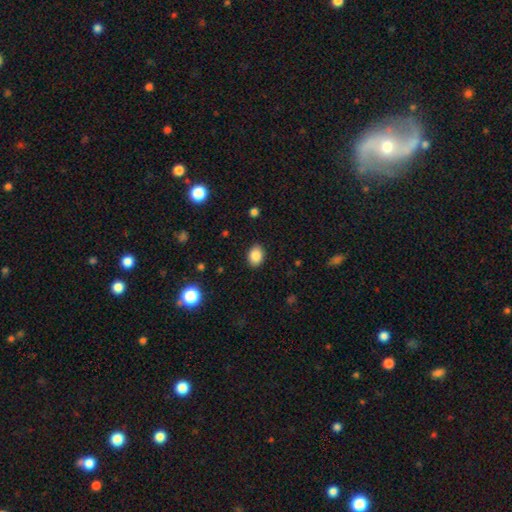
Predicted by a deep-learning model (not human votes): A smooth galaxy with no disk features (87%) that is in between round and cigar-shaped (69%).

Vote fractions:
- Smooth or featured? smooth: 87% / star or artifact: 9% / featured or disk: 5%
- How rounded? in between: 69% / round: 30% / cigar-shaped: 1%
- Merging? none: 87% / minor disturbance: 10% / major disturbance: 2% / merger: 1%